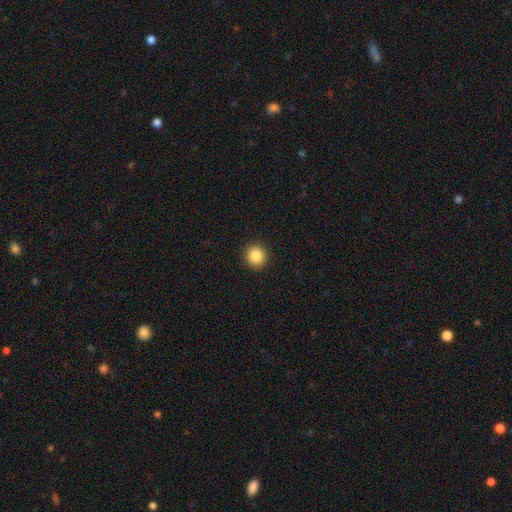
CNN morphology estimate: smooth-or-featured: smooth: 86% | star or artifact: 10% | featured or disk: 4%
  how-rounded: round: 92% | in between: 7% | cigar-shaped: 1%
  merging: none: 93% | minor disturbance: 5% | major disturbance: 2% | merger: 1%